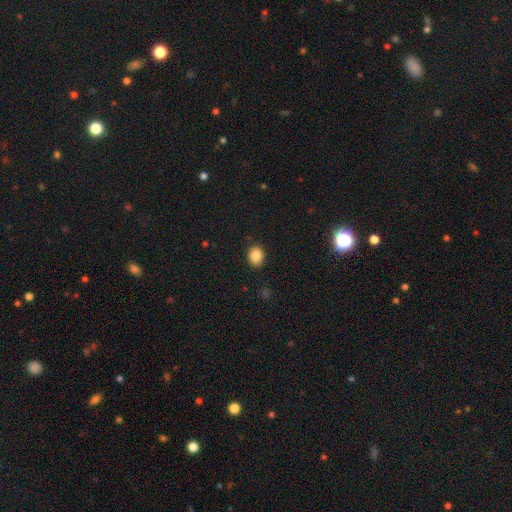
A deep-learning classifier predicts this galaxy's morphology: A smooth galaxy with no disk features (85%) that is round (53%).

Vote fractions:
- Smooth or featured? smooth: 85% / star or artifact: 10% / featured or disk: 5%
- How rounded? round: 53% / in between: 46% / cigar-shaped: 1%
- Merging? none: 89% / minor disturbance: 7% / major disturbance: 2% / merger: 1%